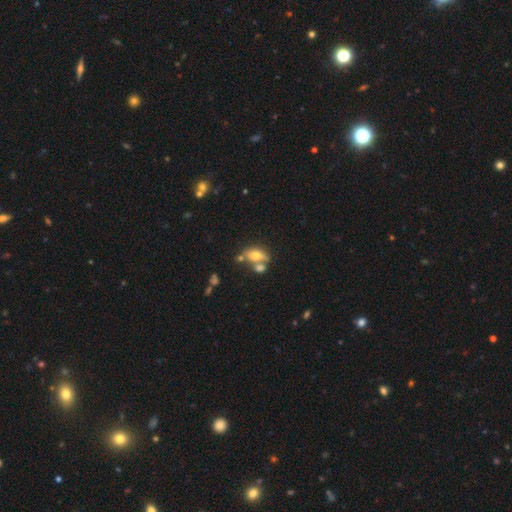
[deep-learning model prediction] Morphology: type=smooth (63%); roundness=in between (76%); merging=none (44%).